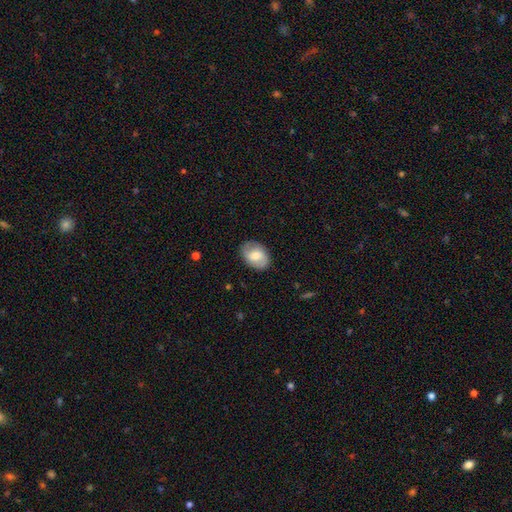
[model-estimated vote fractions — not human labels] smooth 51%, featured or disk 42%, star or artifact 7%. Down the decision tree: how rounded — in between (76%); merging — none (83%).